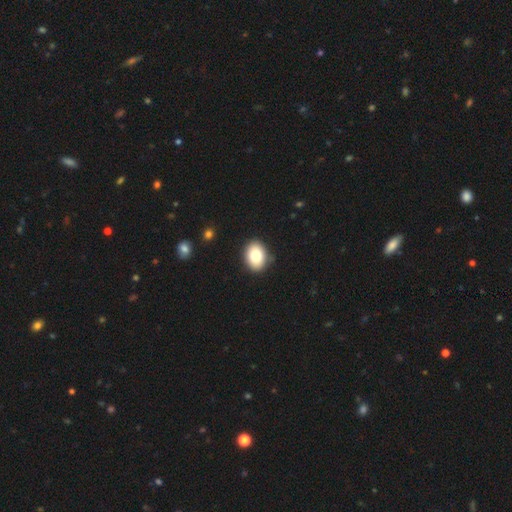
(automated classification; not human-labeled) Smooth or featured? smooth (82%)
How rounded? in between (72%)
Merging? none (88%)